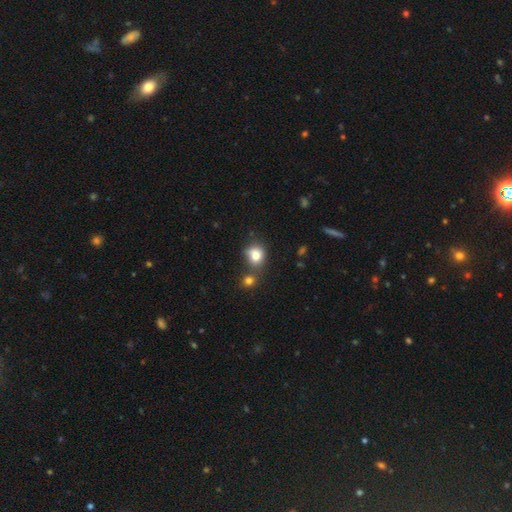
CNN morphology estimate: Overall: smooth (80%). How rounded: round (71%). Merging: none (53%; merger 24%).